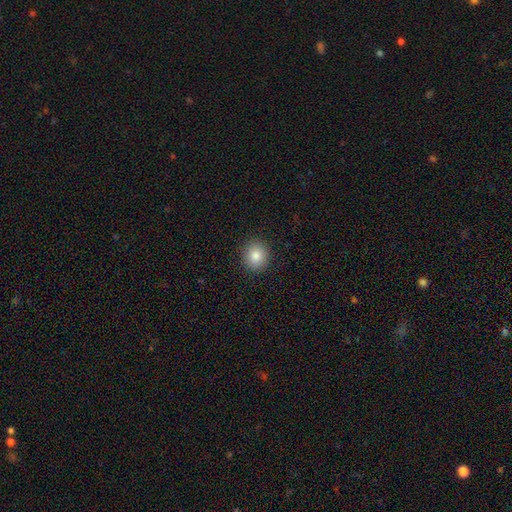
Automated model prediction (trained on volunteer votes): The model was most divided on "how rounded": round: 85%, in between: 14%, cigar-shaped: 1%. More confident: merging — none (92%); smooth or featured — smooth (84%).